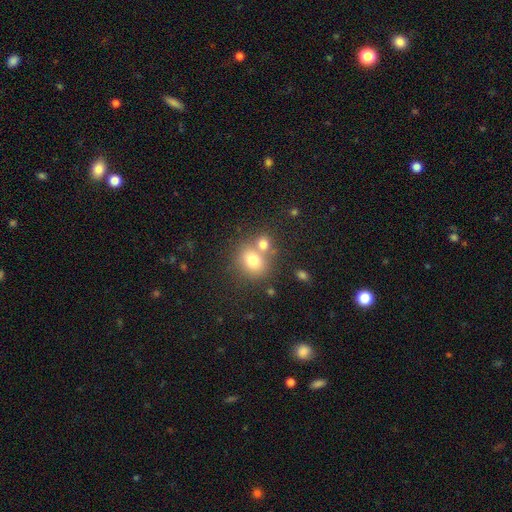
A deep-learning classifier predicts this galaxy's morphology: This is likely a smooth galaxy (72%). How rounded: likely round (64%). Merging: possibly none (51%).